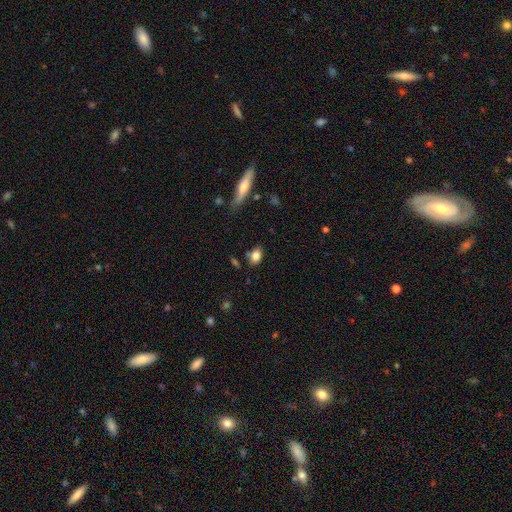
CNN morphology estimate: The model was most divided on "merging": none: 76%, minor disturbance: 15%, merger: 5%, major disturbance: 4%. More confident: smooth or featured — smooth (82%); how rounded — in between (80%).